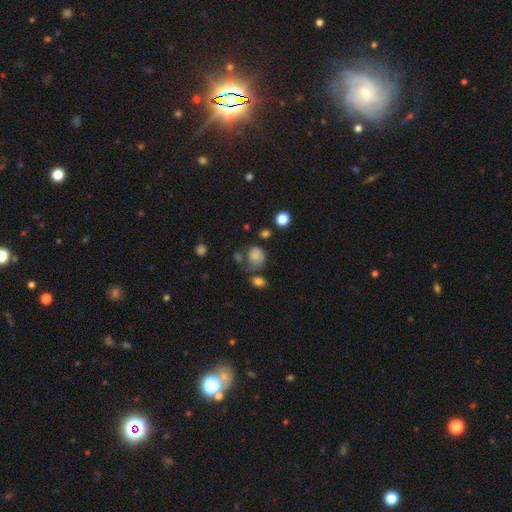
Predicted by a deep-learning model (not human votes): This is likely a smooth galaxy (76%). How rounded: likely round (67%). Merging: marginally none (42%).